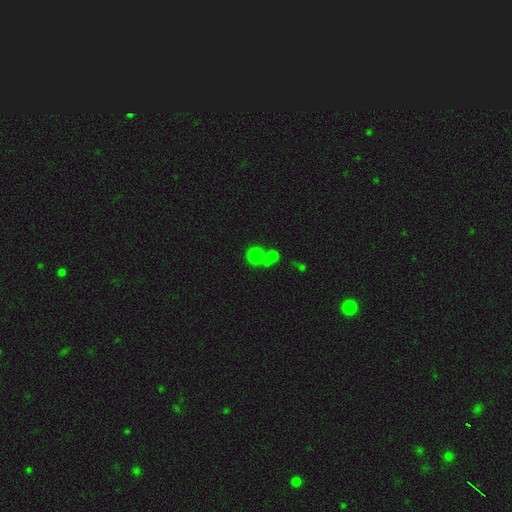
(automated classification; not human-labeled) A smooth galaxy with no disk features (80%) that is round (87%).

Vote fractions:
- Smooth or featured? smooth: 80% / star or artifact: 13% / featured or disk: 7%
- How rounded? round: 87% / in between: 12% / cigar-shaped: 1%
- Merging? none: 51% / merger: 36% / minor disturbance: 9% / major disturbance: 5%